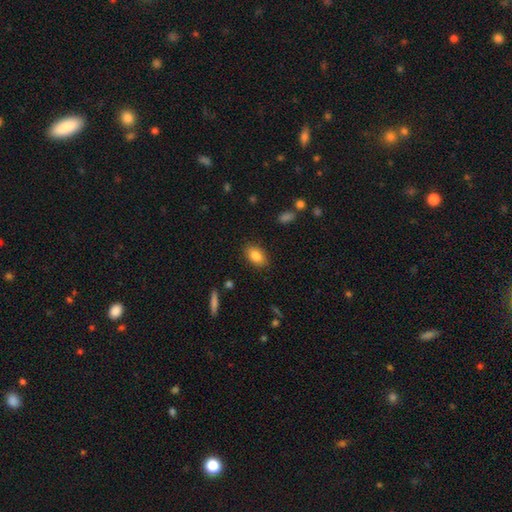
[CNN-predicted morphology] Smooth or featured: smooth — 85% (star or artifact — 8%)
How rounded: in between — 90% (round — 7%)
Merging: none — 87% (minor disturbance — 9%)